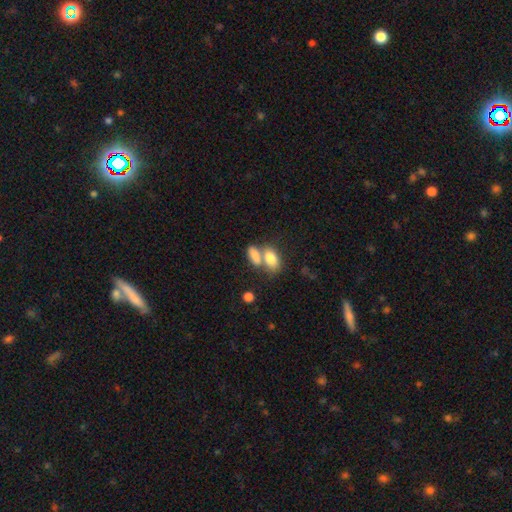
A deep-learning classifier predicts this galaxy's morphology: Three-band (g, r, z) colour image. It shows a smooth galaxy with no disk features (80%) that is in between round and cigar-shaped (85%). Merging: merger (56%).